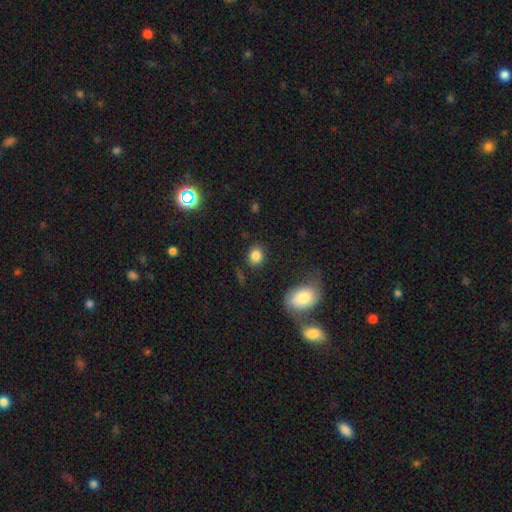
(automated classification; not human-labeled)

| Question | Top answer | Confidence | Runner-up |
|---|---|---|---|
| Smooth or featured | smooth | 84% | star or artifact (10%) |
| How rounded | round | 70% | in between (29%) |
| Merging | none | 84% | minor disturbance (10%) |